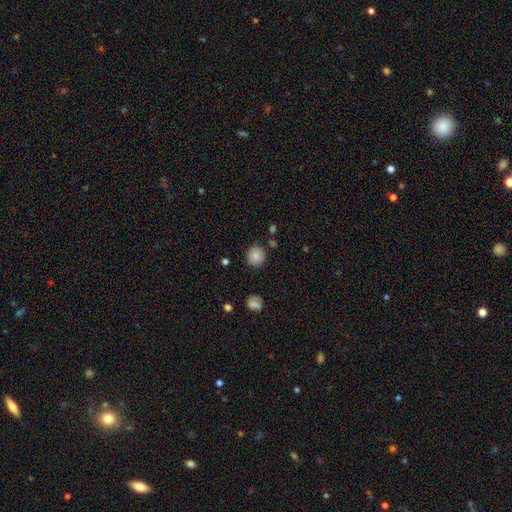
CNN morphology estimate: Q: Smooth or featured?
A: smooth (85%); runner-up: star or artifact (10%)
Q: How rounded?
A: round (90%); runner-up: in between (9%)
Q: Merging?
A: none (85%); runner-up: minor disturbance (9%)